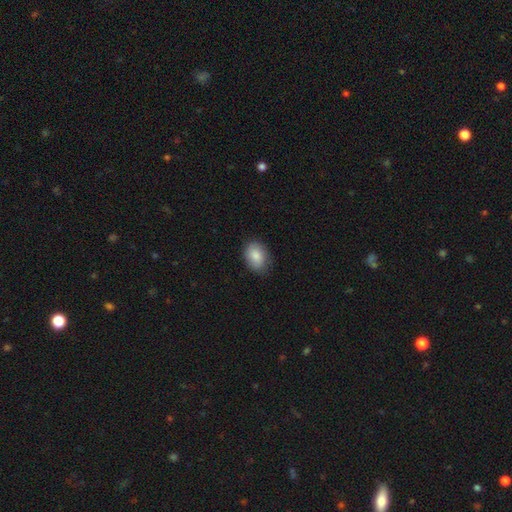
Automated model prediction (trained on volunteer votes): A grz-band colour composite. It shows a smooth galaxy with no disk features (85%) that is in between round and cigar-shaped (77%). Merging: none (79%).